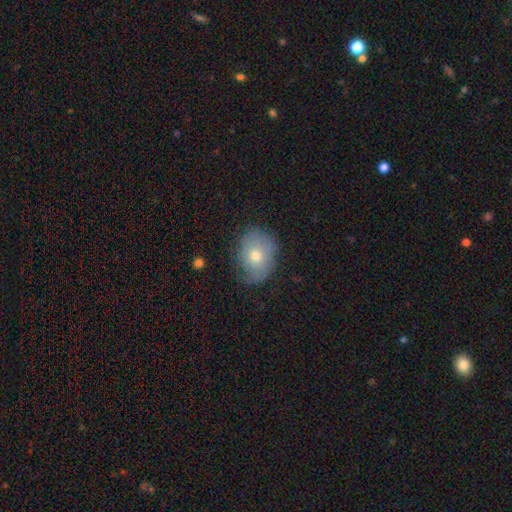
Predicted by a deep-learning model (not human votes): Q: Smooth or featured?
A: smooth (65%); runner-up: featured or disk (26%)
Q: How rounded?
A: in between (60%); runner-up: round (39%)
Q: Merging?
A: none (67%); runner-up: minor disturbance (25%)